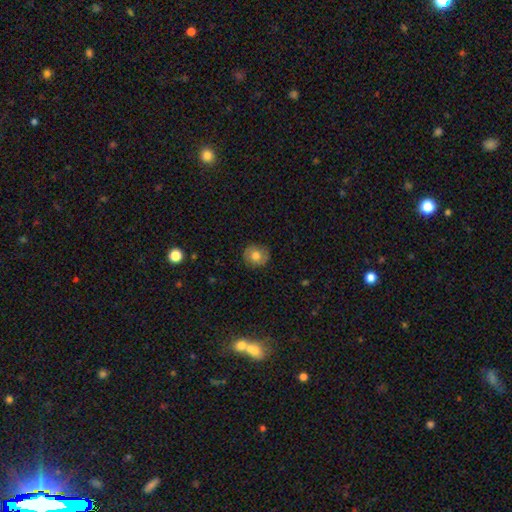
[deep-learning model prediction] Smooth or featured: smooth — 62% (featured or disk — 29%)
How rounded: round — 82% (in between — 17%)
Merging: none — 84% (minor disturbance — 12%)